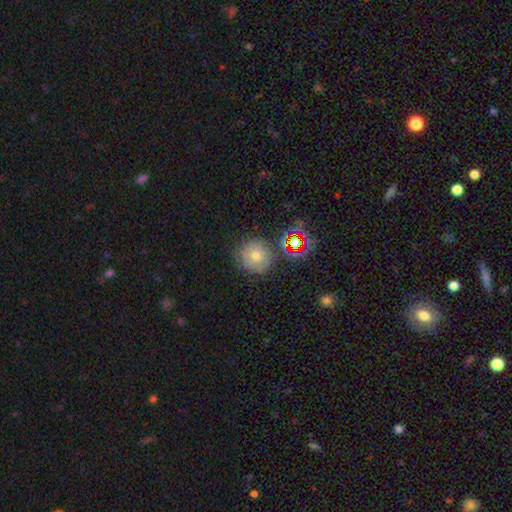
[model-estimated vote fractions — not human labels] Smooth or featured? Predicted: smooth (p=0.58). How rounded? Predicted: round (p=0.92). Merging? Predicted: none (p=0.76).